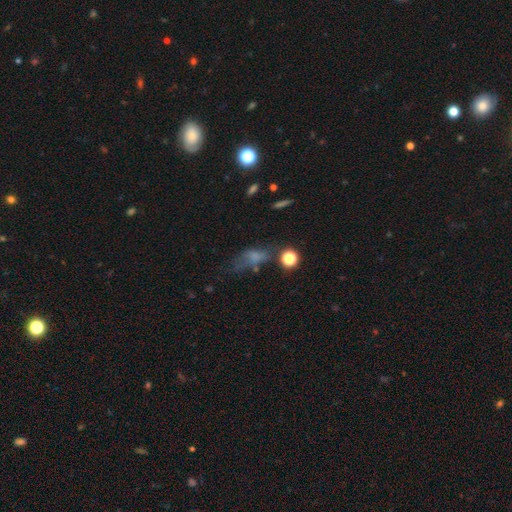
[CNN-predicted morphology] This is possibly a smooth galaxy (48%). Merging: marginally none (43%).